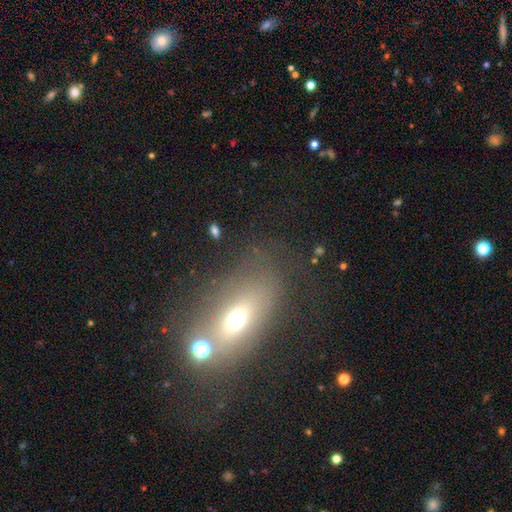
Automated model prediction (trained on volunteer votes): Smooth or featured?
  - smooth: 53% *
  - featured or disk: 27%
  - star or artifact: 20%
How rounded?
  - in between: 73% *
  - round: 17%
  - cigar-shaped: 10%
Merging?
  - none: 52% *
  - minor disturbance: 18%
  - merger: 16%
  - major disturbance: 14%